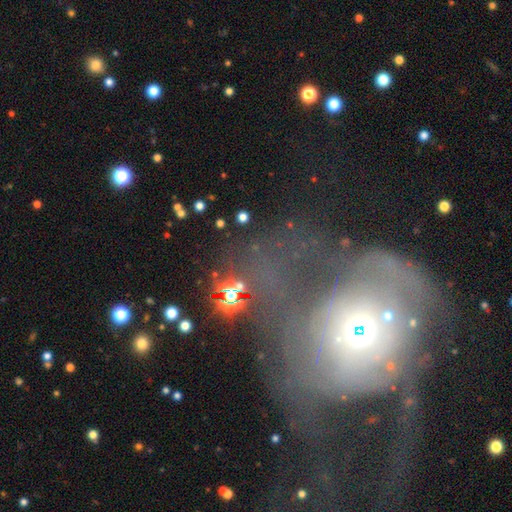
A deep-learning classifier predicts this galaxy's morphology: featured or disk 38%, smooth 31%, star or artifact 31%. Down the decision tree: merging — major disturbance (39%).